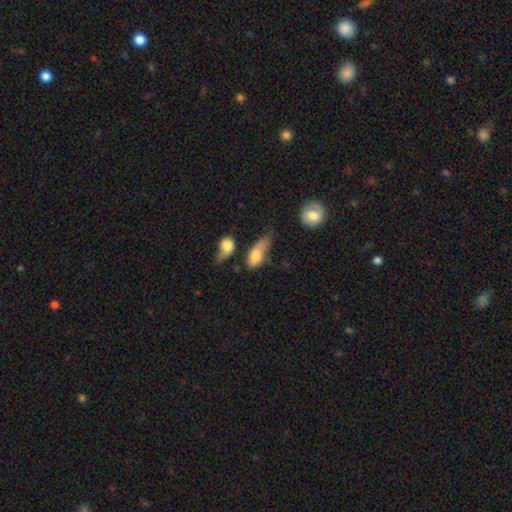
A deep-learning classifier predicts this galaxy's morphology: Smooth or featured?
  - smooth: 76% *
  - featured or disk: 17%
  - star or artifact: 7%
How rounded?
  - in between: 80% *
  - cigar-shaped: 14%
  - round: 6%
Merging?
  - minor disturbance: 36% *
  - major disturbance: 27%
  - none: 24%
  - merger: 13%